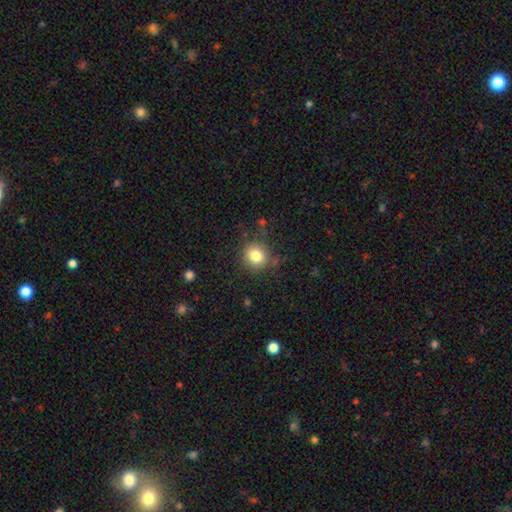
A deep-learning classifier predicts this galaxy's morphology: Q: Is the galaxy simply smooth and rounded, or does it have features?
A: smooth — 82%.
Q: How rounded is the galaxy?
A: round — 75%.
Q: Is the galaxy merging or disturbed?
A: none — 80%.